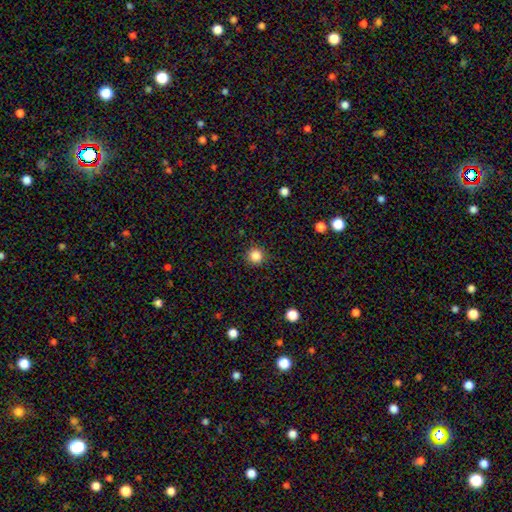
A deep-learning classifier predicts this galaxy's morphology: This is clearly a smooth galaxy (85%). How rounded: clearly round (95%). Merging: clearly none (91%).